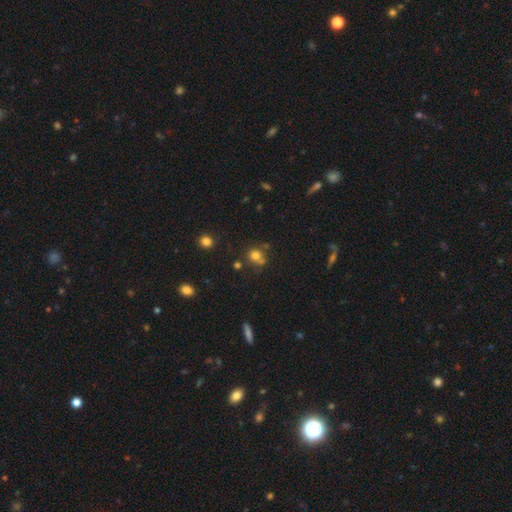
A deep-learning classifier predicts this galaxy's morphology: type=smooth (73%); roundness=round (81%); merging=none (57%).